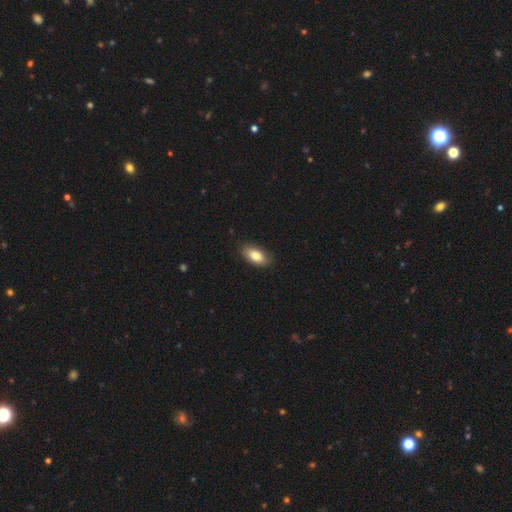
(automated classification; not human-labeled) Smooth or featured? Predicted: smooth (p=0.84). How rounded? Predicted: in between (p=0.91). Merging? Predicted: none (p=0.86).